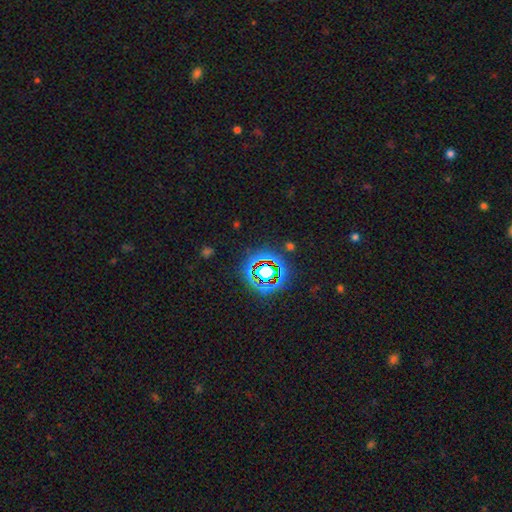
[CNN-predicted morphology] Smooth or featured?
  - star or artifact: 70% *
  - smooth: 17%
  - featured or disk: 13%